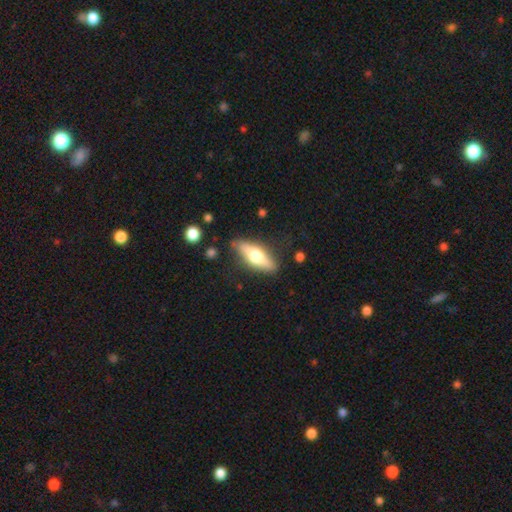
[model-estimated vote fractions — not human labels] smooth 48%, featured or disk 46%, star or artifact 6%. Down the decision tree: merging — none (82%).